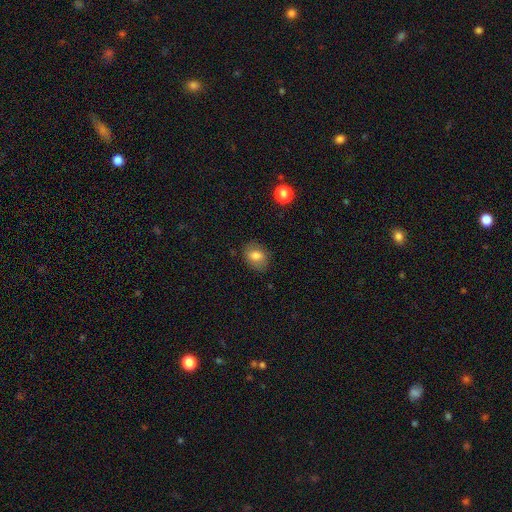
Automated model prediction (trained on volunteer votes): The model was most divided on "how rounded": in between: 54%, round: 45%, cigar-shaped: 1%. More confident: merging — none (78%); smooth or featured — smooth (76%).